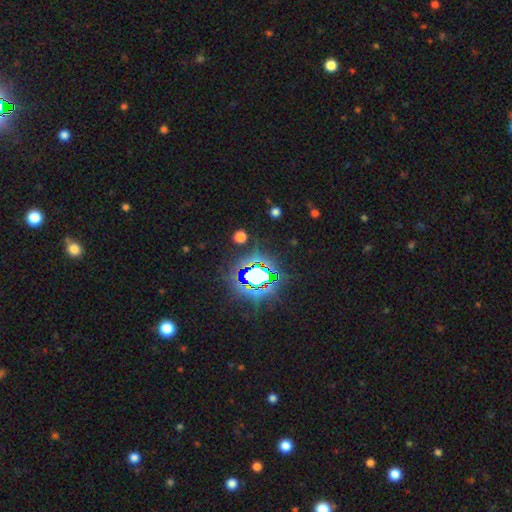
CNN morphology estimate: smooth_or_featured: star or artifact (p=0.81) [alt: smooth p=0.11]